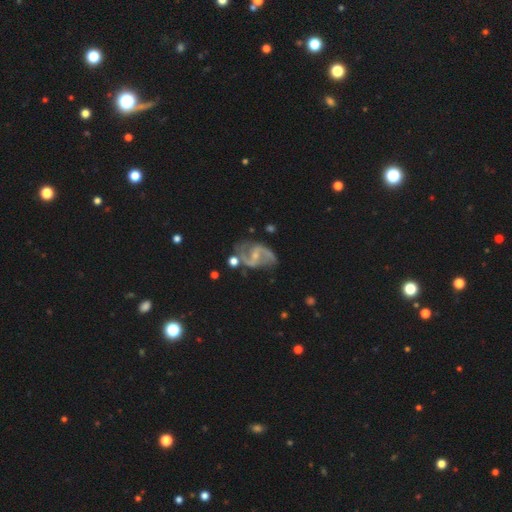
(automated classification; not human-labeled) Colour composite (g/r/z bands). It shows a featured or disk galaxy (89%) with a weak bar (48%), 2 (92%) medium (47%) spiral arms (96%) and a small central bulge (68%). Merging: none (63%).